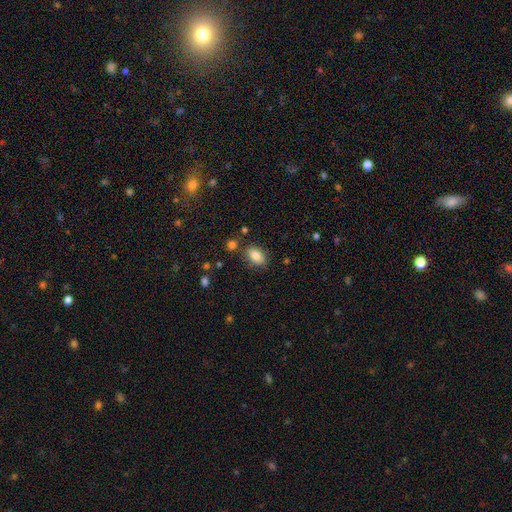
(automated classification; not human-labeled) Smooth or featured? smooth (83%)
How rounded? in between (88%)
Merging? none (78%)